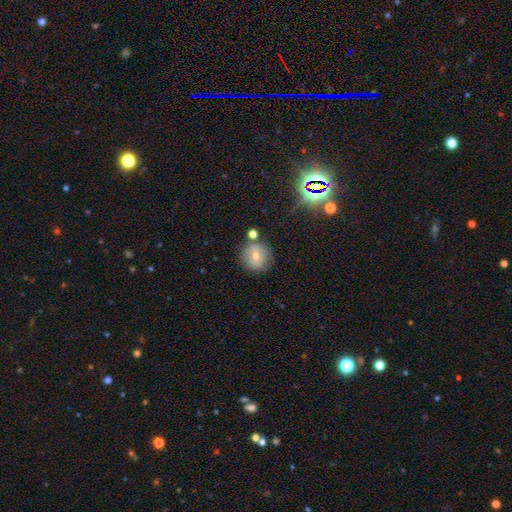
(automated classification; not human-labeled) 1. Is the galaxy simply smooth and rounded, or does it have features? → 63% smooth, 24% featured or disk, 12% star or artifact.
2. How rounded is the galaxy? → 92% round, 7% in between, 1% cigar-shaped.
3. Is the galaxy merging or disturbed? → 78% none, 11% minor disturbance, 8% merger, 3% major disturbance.